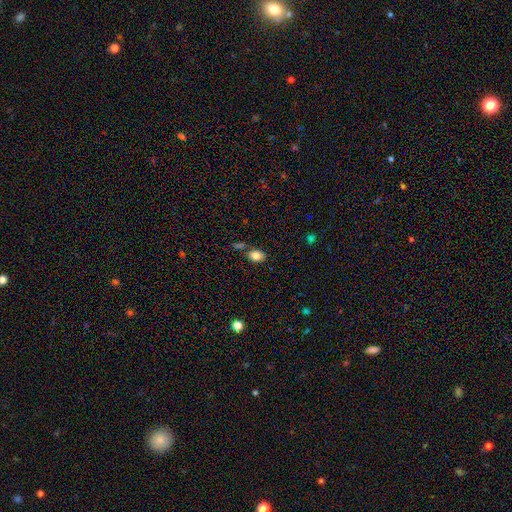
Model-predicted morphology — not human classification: This appears to be a smooth galaxy with no disk features (82%) that is in between round and cigar-shaped (77%). Merging: none (76%).